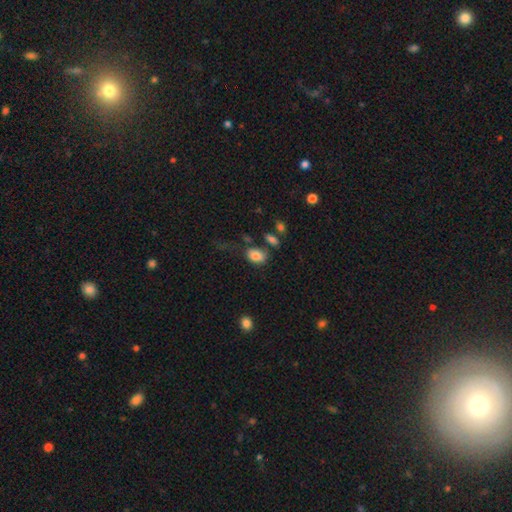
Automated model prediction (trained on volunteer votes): This appears to be a smooth galaxy with no disk features (84%) that is in between round and cigar-shaped (83%). Merging: none (61%).